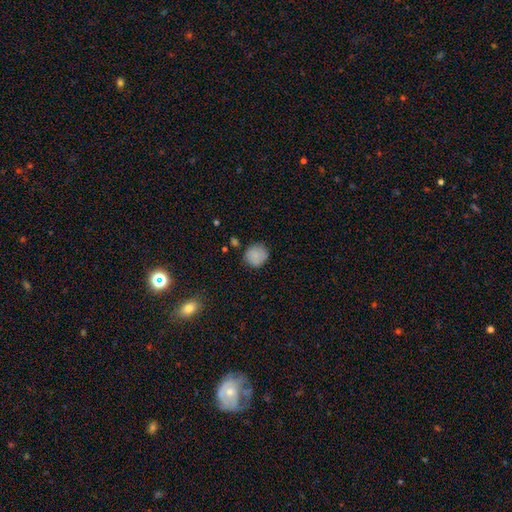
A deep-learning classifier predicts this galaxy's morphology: type=smooth (82%); roundness=round (85%); merging=none (80%).